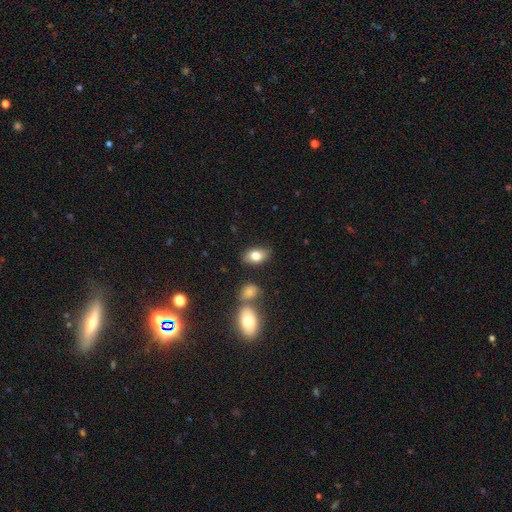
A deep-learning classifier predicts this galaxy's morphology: A smooth galaxy with no disk features (79%) that is in between round and cigar-shaped (88%). Merging: none (77%).